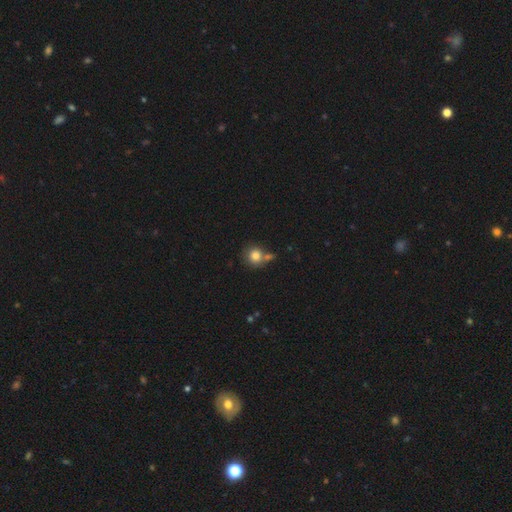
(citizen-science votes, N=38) Volunteers were most divided on "merging": none: 75%, merger: 17%, minor disturbance: 6%, major disturbance: 3%. More confident: smooth or featured — smooth (89%); how rounded — round (88%).